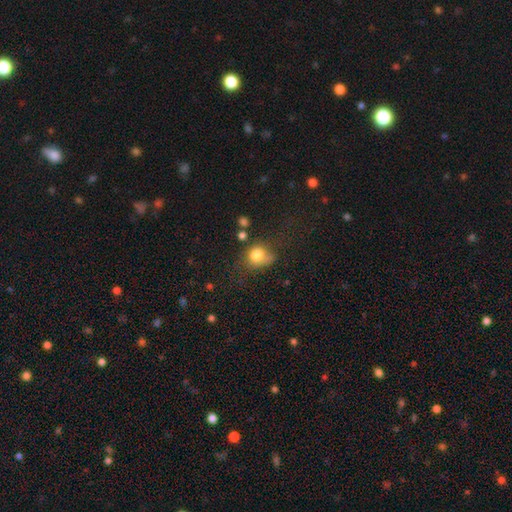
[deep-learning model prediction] smooth_or_featured: smooth (p=0.79) [alt: star or artifact p=0.11]
how_rounded: round (p=0.60) [alt: in between p=0.38]
merging: none (p=0.43) [alt: minor disturbance p=0.29]